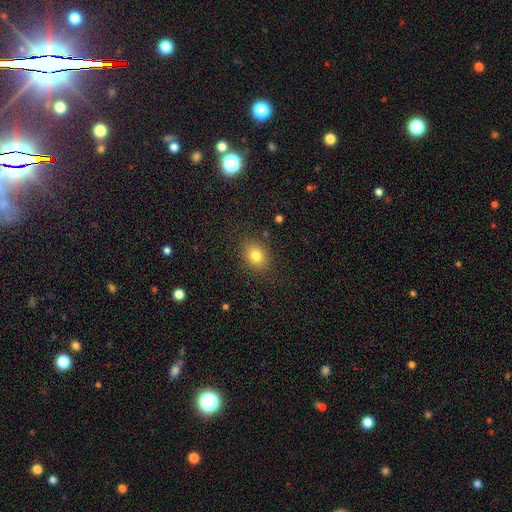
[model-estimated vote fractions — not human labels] The model was most divided on "how rounded": round: 54%, in between: 45%, cigar-shaped: 1%. More confident: merging — none (86%); smooth or featured — smooth (80%).